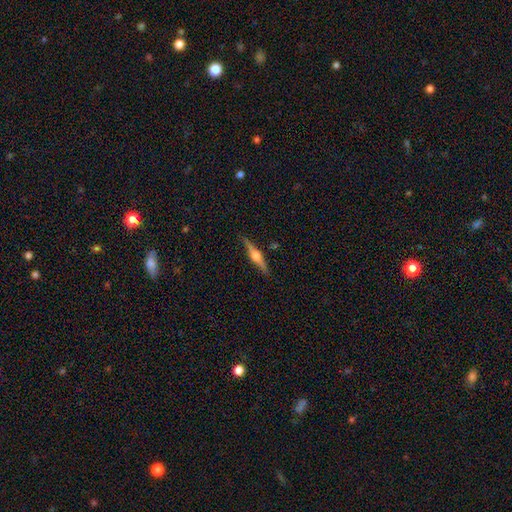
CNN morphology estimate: A featured or disk galaxy (76%) viewed edge-on (98%) with a rounded central bulge (93%).

Vote fractions:
- Smooth or featured? featured or disk: 76% / smooth: 18% / star or artifact: 6%
- Edge-on disk? yes: 98% / no: 2%
- Edge-on bulge? rounded: 93% / boxy: 5% / none: 2%
- Merging? none: 90% / minor disturbance: 7% / major disturbance: 2% / merger: 1%